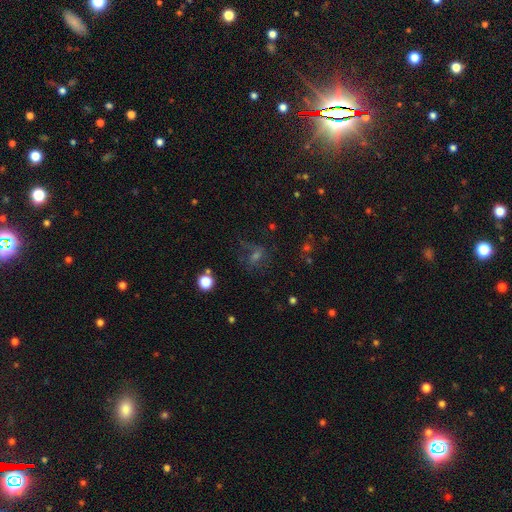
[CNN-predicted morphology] Q: Smooth or featured?
A: star or artifact (38%); runner-up: smooth (33%)